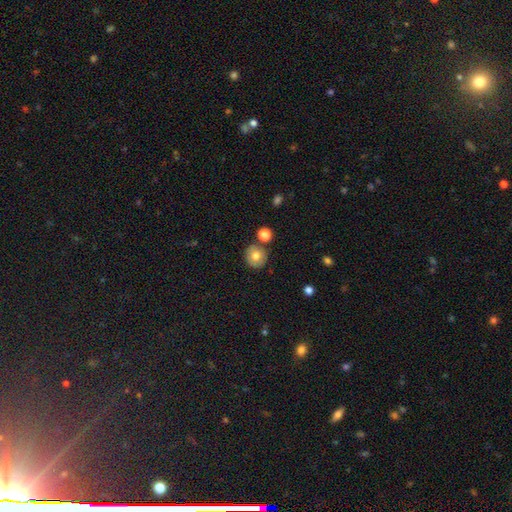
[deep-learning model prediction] Q: Smooth or featured?
A: smooth (72%); runner-up: featured or disk (19%)
Q: How rounded?
A: round (89%); runner-up: in between (10%)
Q: Merging?
A: none (77%); runner-up: minor disturbance (10%)